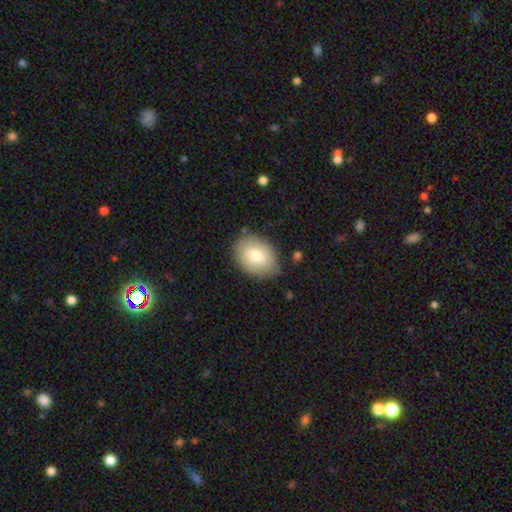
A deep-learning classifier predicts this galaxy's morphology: smooth_or_featured: smooth (p=0.79) [alt: featured or disk p=0.14]
how_rounded: in between (p=0.72) [alt: round p=0.27]
merging: none (p=0.82) [alt: minor disturbance p=0.14]